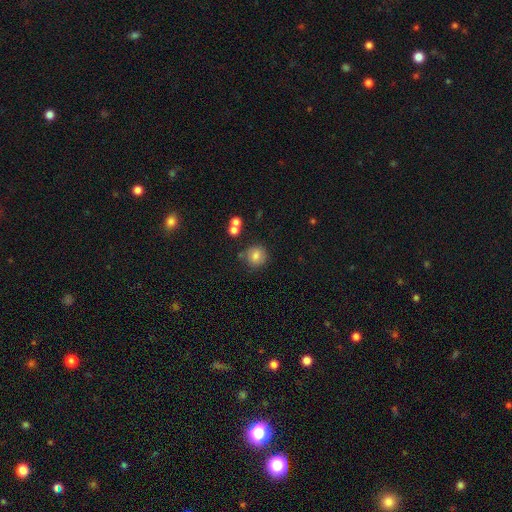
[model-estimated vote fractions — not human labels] This is likely a smooth galaxy (78%). How rounded: clearly round (89%). Merging: likely none (75%).